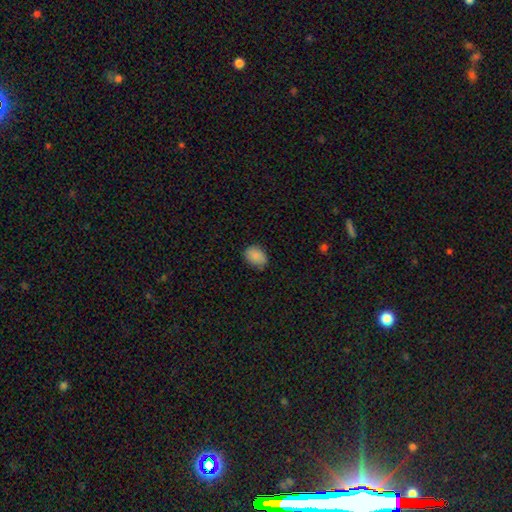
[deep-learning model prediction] smooth_or_featured: smooth (p=0.87) [alt: star or artifact p=0.08]
how_rounded: in between (p=0.71) [alt: round p=0.28]
merging: none (p=0.80) [alt: minor disturbance p=0.16]